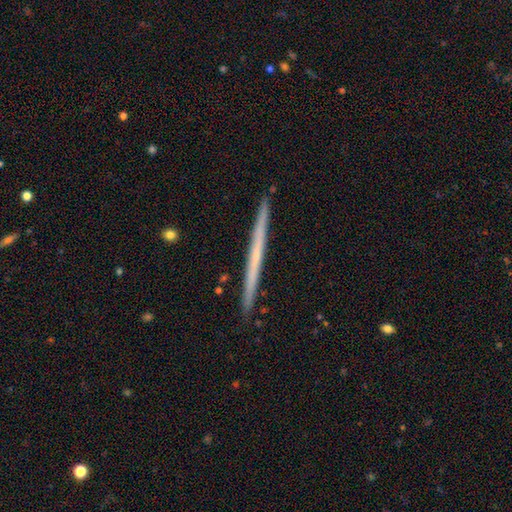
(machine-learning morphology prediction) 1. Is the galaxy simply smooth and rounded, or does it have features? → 57% featured or disk, 38% smooth, 5% star or artifact.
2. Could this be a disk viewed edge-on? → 98% yes, 2% no.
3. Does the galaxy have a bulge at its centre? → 90% none, 7% rounded, 2% boxy.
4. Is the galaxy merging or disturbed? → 93% none, 5% minor disturbance, 1% major disturbance, 1% merger.